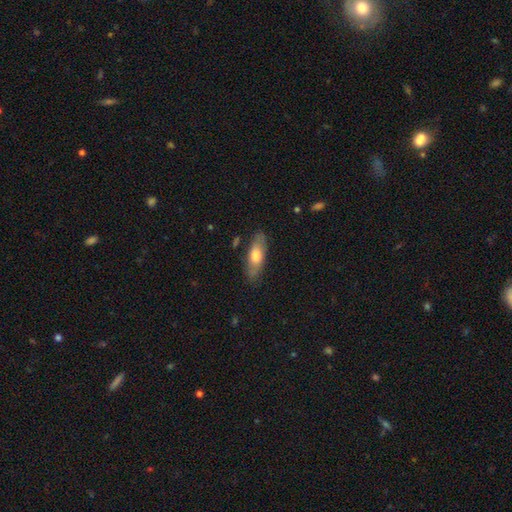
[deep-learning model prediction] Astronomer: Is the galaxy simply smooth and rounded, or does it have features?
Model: smooth — 65%.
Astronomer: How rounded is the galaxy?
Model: in between — 64%.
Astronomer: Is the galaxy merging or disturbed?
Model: none — 80%.